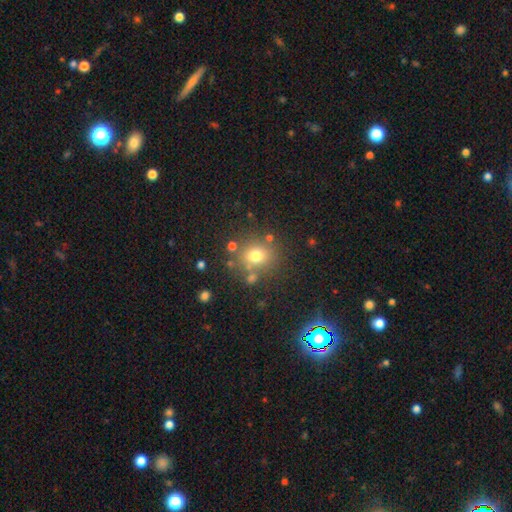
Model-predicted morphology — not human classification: Smooth or featured? Predicted: smooth (p=0.71). How rounded? Predicted: round (p=0.76). Merging? Predicted: none (p=0.75).